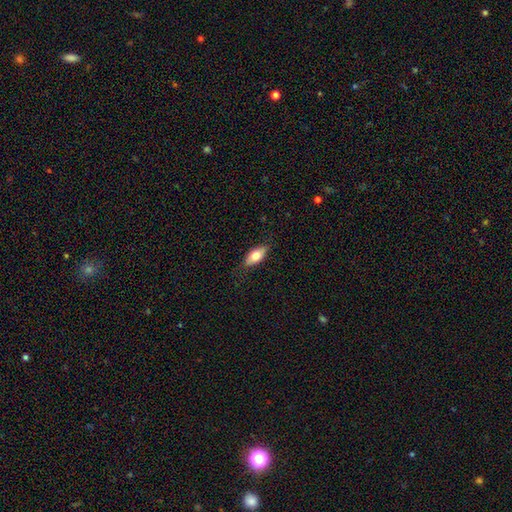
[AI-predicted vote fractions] smooth_or_featured: smooth (p=0.72) [alt: featured or disk p=0.21]
how_rounded: in between (p=0.86) [alt: cigar-shaped p=0.11]
merging: none (p=0.81) [alt: minor disturbance p=0.15]